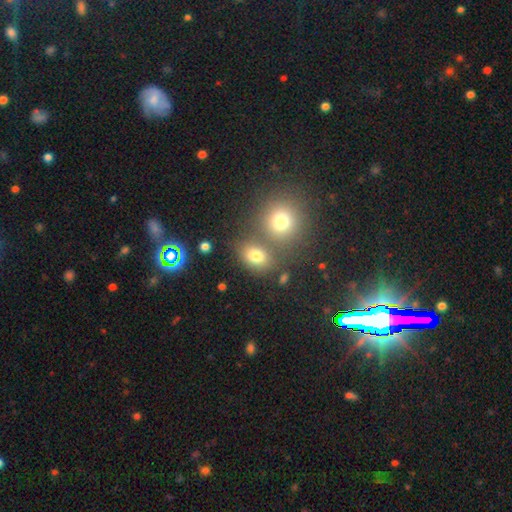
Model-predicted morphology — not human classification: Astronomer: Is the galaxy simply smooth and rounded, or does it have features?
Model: smooth — 74%.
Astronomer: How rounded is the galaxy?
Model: in between — 53% (runner-up: round, 45%).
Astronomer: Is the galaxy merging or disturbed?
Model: none — 59%.